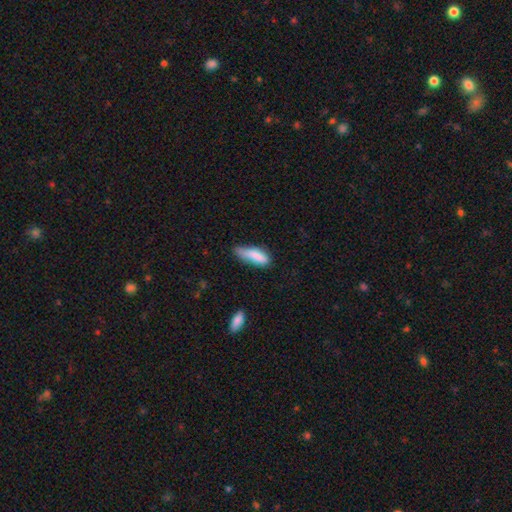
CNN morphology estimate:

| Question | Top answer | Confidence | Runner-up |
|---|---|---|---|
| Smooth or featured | smooth | 82% | featured or disk (11%) |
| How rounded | in between | 51% | cigar-shaped (47%) |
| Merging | minor disturbance | 43% | none (40%) |